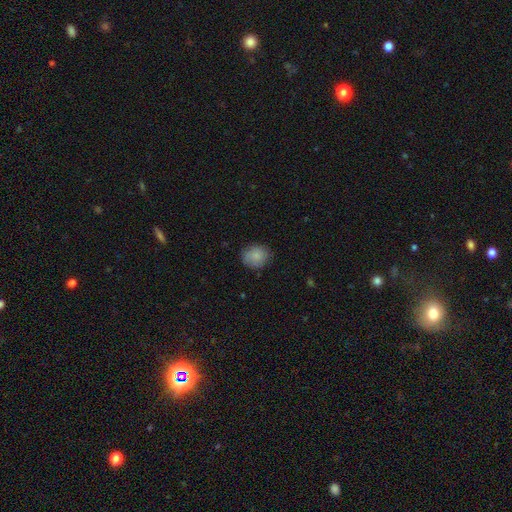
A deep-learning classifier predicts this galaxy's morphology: Smooth or featured? Predicted: smooth (p=0.85). How rounded? Predicted: round (p=0.68). Merging? Predicted: none (p=0.80).